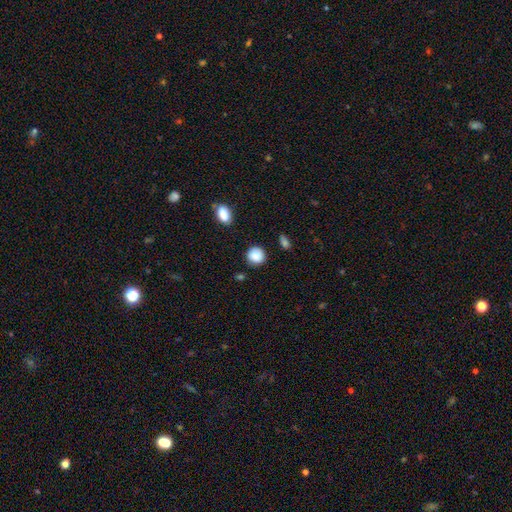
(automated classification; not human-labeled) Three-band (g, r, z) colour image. It shows a smooth galaxy with no disk features (87%) that is round (87%). Merging: none (83%).